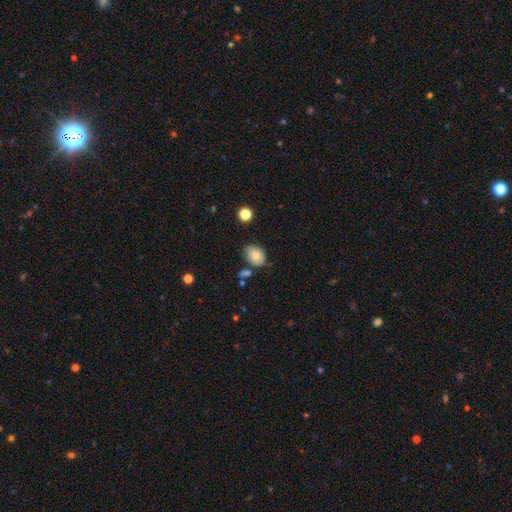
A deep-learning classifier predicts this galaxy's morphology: The model was most divided on "merging": none: 67%, minor disturbance: 22%, merger: 6%, major disturbance: 5%. More confident: smooth or featured — smooth (78%); how rounded — in between (73%).